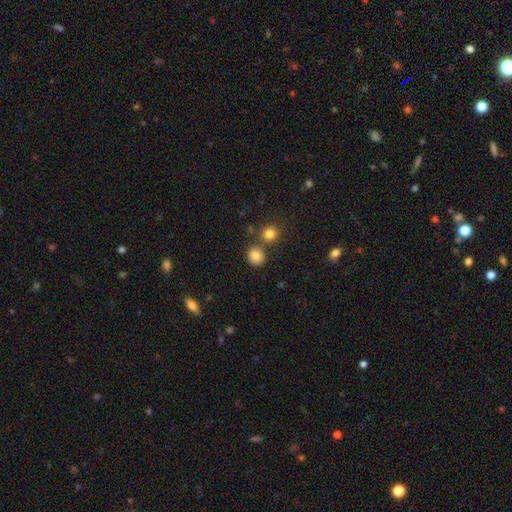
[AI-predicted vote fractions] smooth 83%, star or artifact 11%, featured or disk 6%. Down the decision tree: how rounded — round (86%); merging — none (77%).